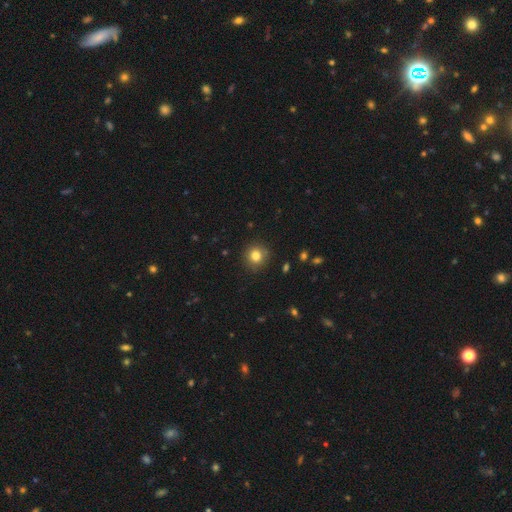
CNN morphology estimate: Q: Smooth or featured?
A: smooth (81%); runner-up: star or artifact (12%)
Q: How rounded?
A: round (92%); runner-up: in between (7%)
Q: Merging?
A: none (89%); runner-up: minor disturbance (8%)